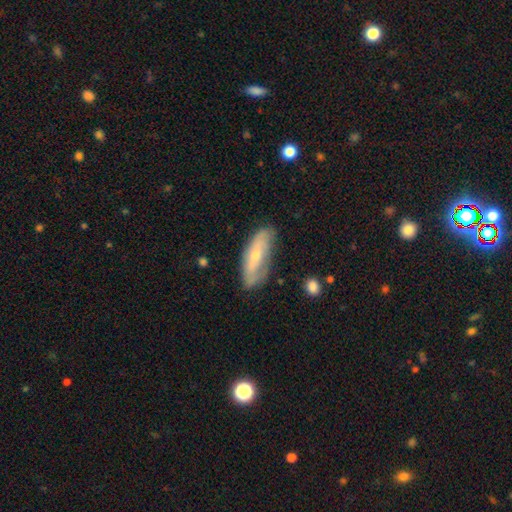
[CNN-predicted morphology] The model was most divided on "smooth or featured": featured or disk: 47%, smooth: 46%, star or artifact: 7%. More confident: merging — none (66%).